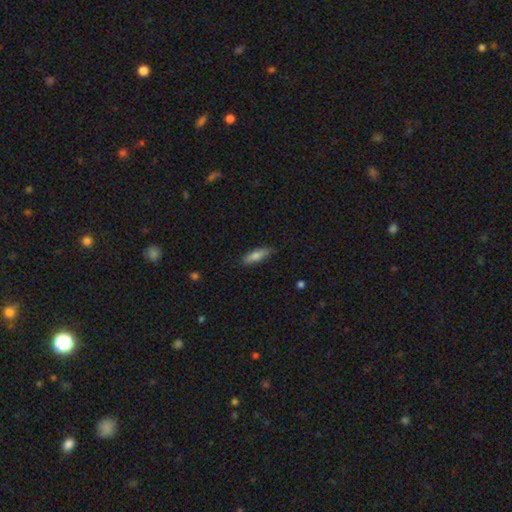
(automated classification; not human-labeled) The model was most divided on "how rounded": cigar-shaped: 56%, in between: 42%, round: 2%. More confident: merging — none (82%); smooth or featured — smooth (78%).